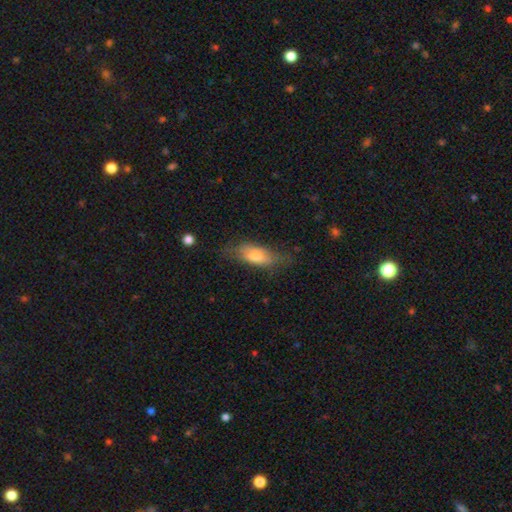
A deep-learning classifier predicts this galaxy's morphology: Smooth or featured? smooth (64%)
How rounded? in between (70%)
Merging? none (62%)